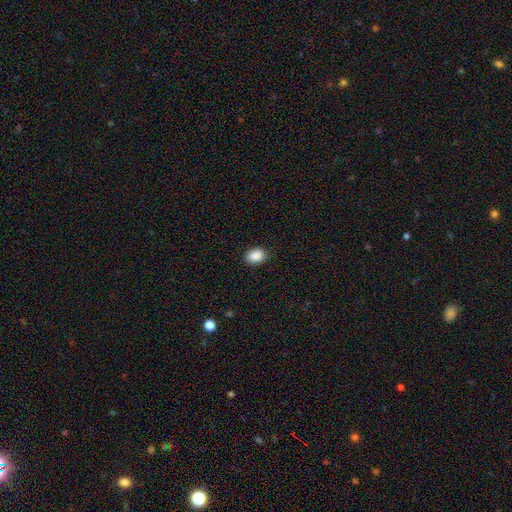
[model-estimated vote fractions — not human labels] Overall: smooth (89%). How rounded: in between (75%). Merging: none (87%).